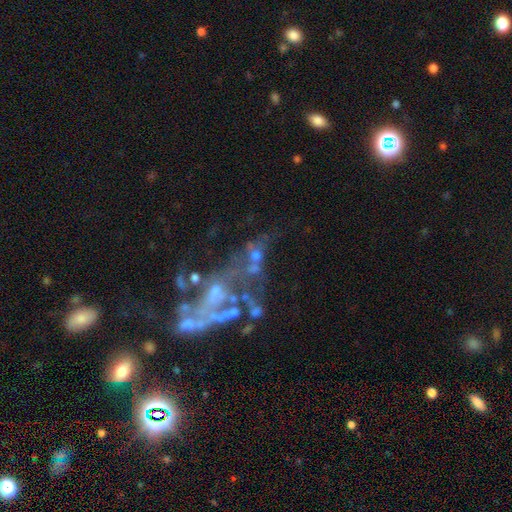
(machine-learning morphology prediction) Smooth or featured: featured or disk — 63% (star or artifact — 23%)
Edge-on disk: no — 97% (yes — 3%)
Bar: no — 85% (weak — 11%)
Spiral arms: no — 77% (yes — 23%)
Bulge size: none — 55% (small — 26%)
Merging: major disturbance — 33% (merger — 31%)